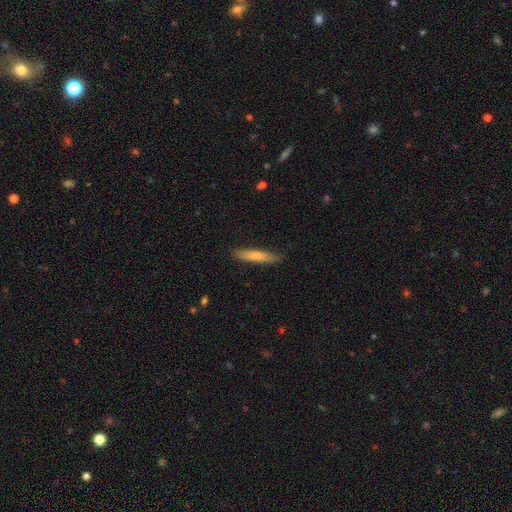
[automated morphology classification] type=smooth (75%); roundness=cigar-shaped (89%); merging=none (85%).